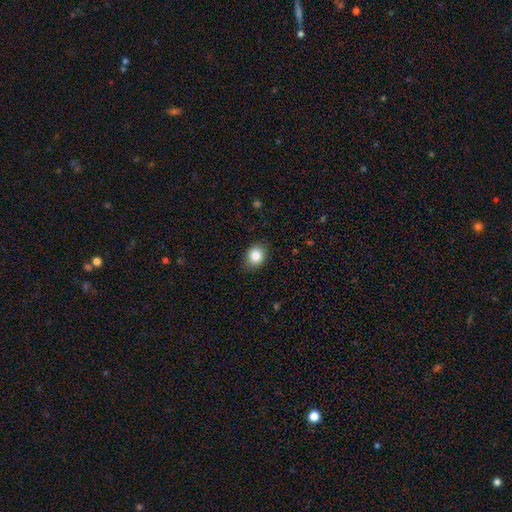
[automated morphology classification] A smooth galaxy with no disk features (84%) that is round (56%).

Vote fractions:
- Smooth or featured? smooth: 84% / star or artifact: 9% / featured or disk: 7%
- How rounded? round: 56% / in between: 43% / cigar-shaped: 1%
- Merging? none: 84% / minor disturbance: 12% / major disturbance: 3% / merger: 1%